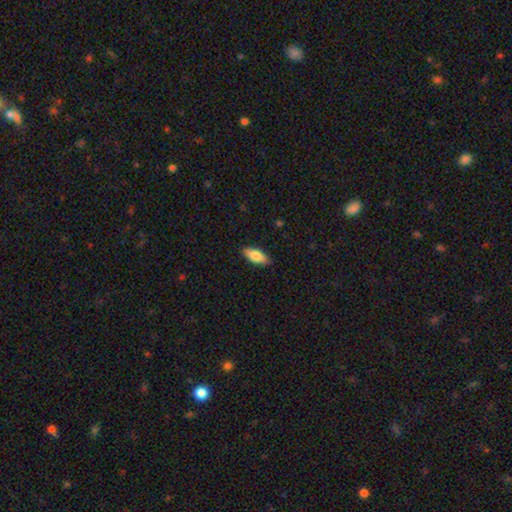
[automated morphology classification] A smooth galaxy with no disk features (79%) that is in between round and cigar-shaped (82%).

Vote fractions:
- Smooth or featured? smooth: 79% / featured or disk: 15% / star or artifact: 6%
- How rounded? in between: 82% / cigar-shaped: 16% / round: 2%
- Merging? none: 89% / minor disturbance: 9% / major disturbance: 2% / merger: 1%